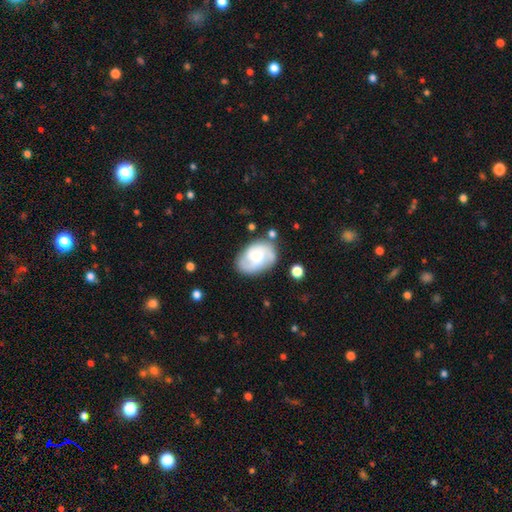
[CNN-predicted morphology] Smooth or featured?
  - featured or disk: 69% *
  - smooth: 25%
  - star or artifact: 6%
Edge-on disk?
  - no: 97% *
  - yes: 3%
Bar?
  - no: 64% *
  - weak: 31%
  - strong: 5%
Spiral arms?
  - yes: 91% *
  - no: 9%
Spiral winding?
  - medium: 46% *
  - tight: 35%
  - loose: 19%
Spiral arm count?
  - 2: 59% *
  - 3: 17%
  - can't tell: 16%
  - 1: 3%
  - 4: 3%
  - more than 4: 2%
Bulge size?
  - moderate: 51% *
  - small: 42%
  - large: 5%
  - none: 2%
  - dominant: 1%
Merging?
  - none: 71% *
  - minor disturbance: 19%
  - major disturbance: 6%
  - merger: 4%